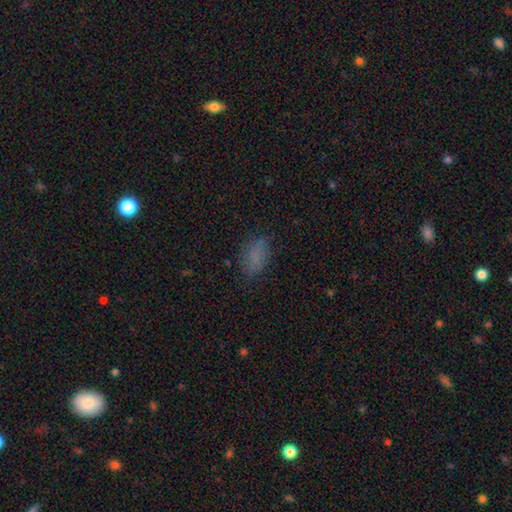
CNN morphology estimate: smooth 77%, star or artifact 13%, featured or disk 9%. Down the decision tree: how rounded — in between (89%); merging — none (73%).